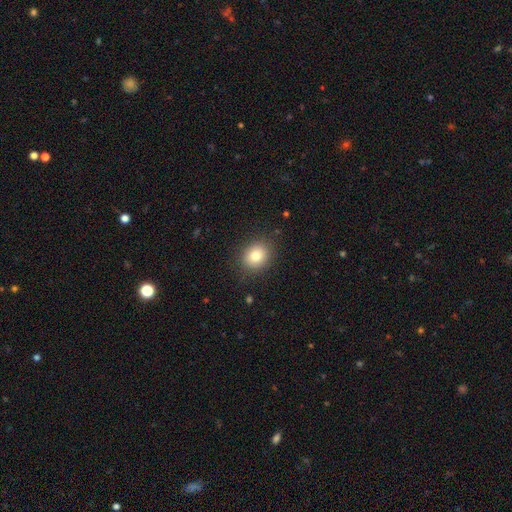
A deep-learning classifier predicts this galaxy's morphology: Smooth or featured? Predicted: smooth (p=0.82). How rounded? Predicted: round (p=0.66). Merging? Predicted: none (p=0.86).